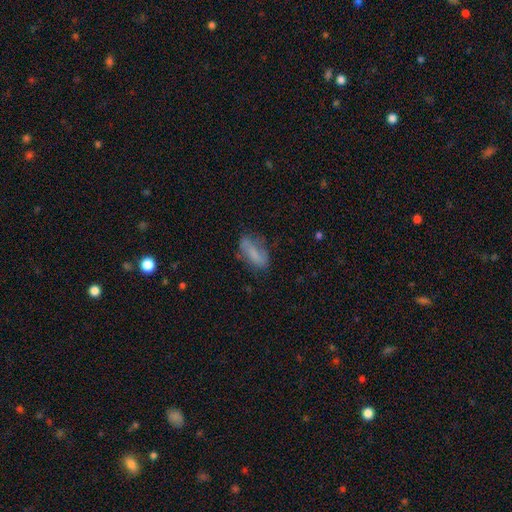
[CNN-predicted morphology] Smooth or featured? smooth (62%)
How rounded? in between (86%)
Merging? none (56%)